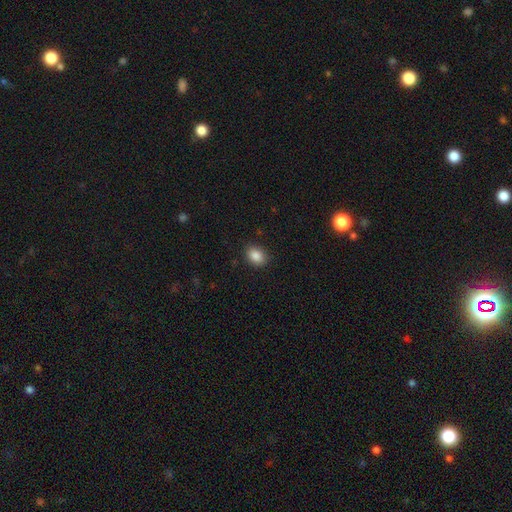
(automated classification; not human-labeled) A smooth galaxy with no disk features (87%) that is in between round and cigar-shaped (66%).

Vote fractions:
- Smooth or featured? smooth: 87% / star or artifact: 9% / featured or disk: 4%
- How rounded? in between: 66% / round: 33% / cigar-shaped: 1%
- Merging? none: 86% / minor disturbance: 10% / major disturbance: 2% / merger: 1%